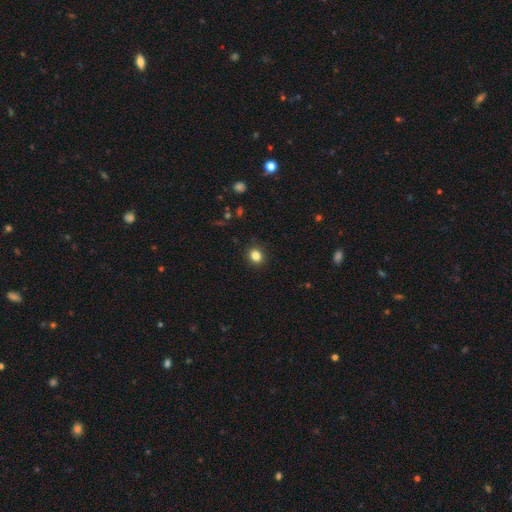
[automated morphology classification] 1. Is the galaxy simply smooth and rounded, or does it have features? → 84% smooth, 11% star or artifact, 5% featured or disk.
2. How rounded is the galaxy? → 65% round, 34% in between, 1% cigar-shaped.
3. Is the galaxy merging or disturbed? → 89% none, 8% minor disturbance, 2% major disturbance, 1% merger.